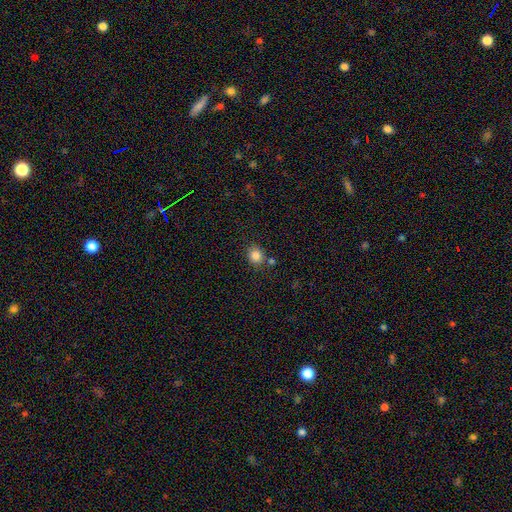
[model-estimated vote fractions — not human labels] Smooth or featured?
  - smooth: 84% *
  - star or artifact: 11%
  - featured or disk: 5%
How rounded?
  - round: 76% *
  - in between: 23%
  - cigar-shaped: 1%
Merging?
  - none: 77% *
  - minor disturbance: 10%
  - merger: 10%
  - major disturbance: 3%